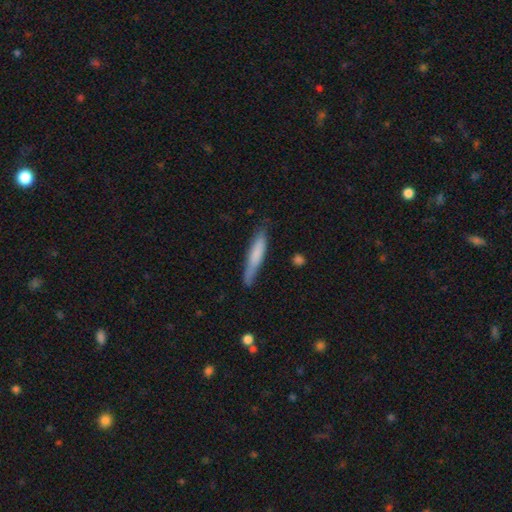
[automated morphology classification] Smooth or featured: smooth — 71% (featured or disk — 23%)
How rounded: cigar-shaped — 90% (in between — 9%)
Merging: none — 73% (minor disturbance — 21%)